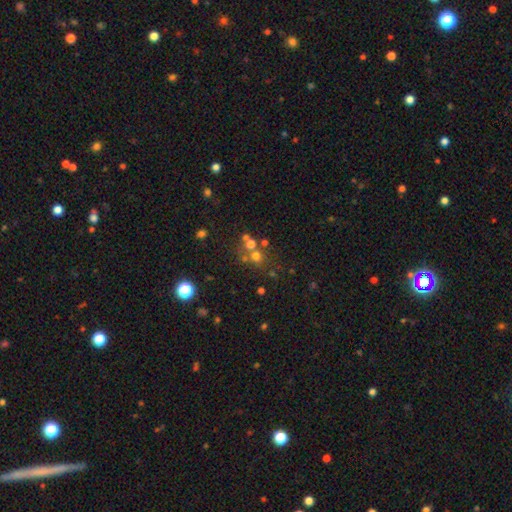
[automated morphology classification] Smooth or featured: smooth — 58% (star or artifact — 27%)
How rounded: round — 84% (in between — 15%)
Merging: none — 56% (merger — 30%)